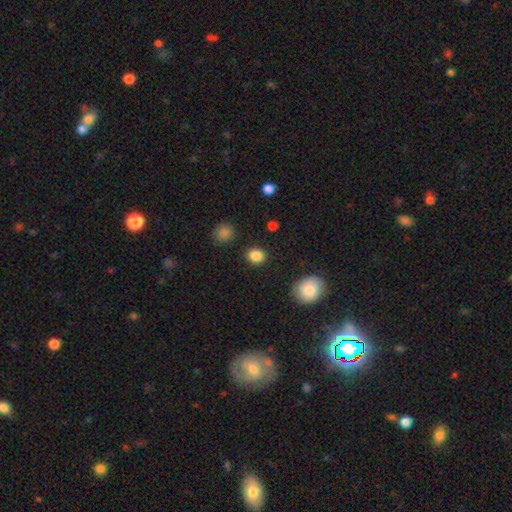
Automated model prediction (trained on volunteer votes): This appears to be a smooth galaxy with no disk features (87%) that is round (69%). Merging: none (89%).